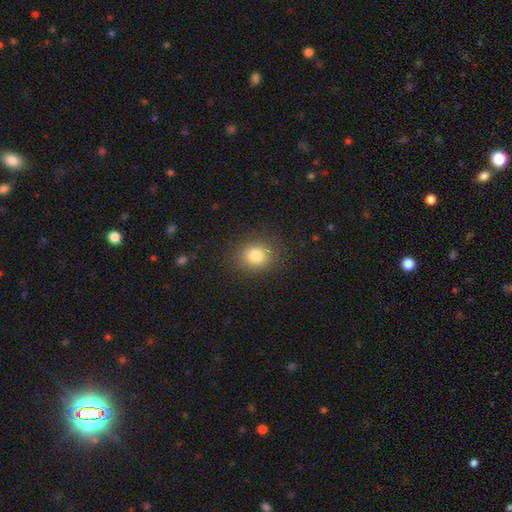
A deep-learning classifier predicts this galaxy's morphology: This is clearly a smooth galaxy (82%). How rounded: likely round (74%). Merging: clearly none (87%).